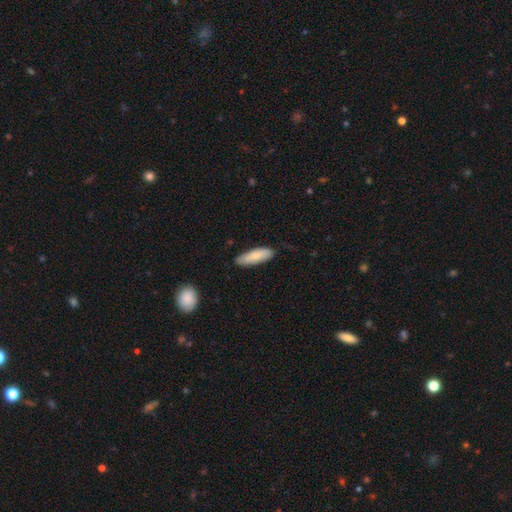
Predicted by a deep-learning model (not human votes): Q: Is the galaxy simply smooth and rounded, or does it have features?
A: smooth — 82%.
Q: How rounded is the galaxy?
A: in between — 52%.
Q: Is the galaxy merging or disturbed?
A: none — 80%.